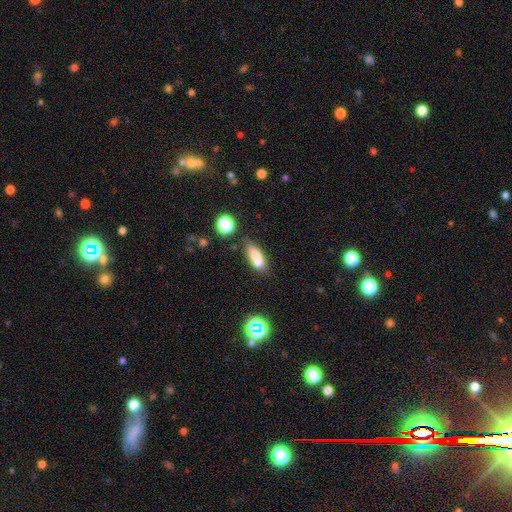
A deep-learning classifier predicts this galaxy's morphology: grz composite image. It shows a smooth galaxy with no disk features (70%) that is in between round and cigar-shaped (66%). Merging: none (48%).